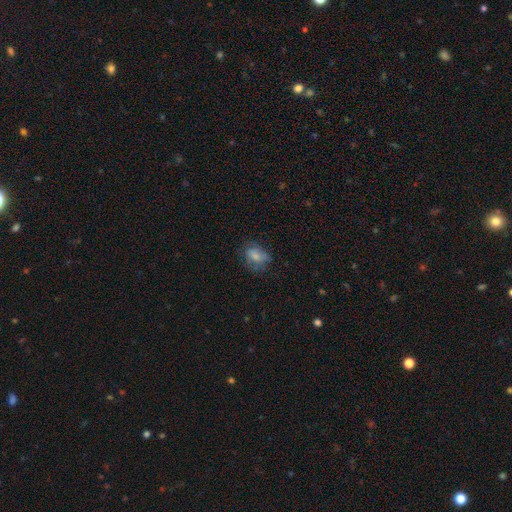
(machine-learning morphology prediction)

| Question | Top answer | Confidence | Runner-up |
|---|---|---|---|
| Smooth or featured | smooth | 71% | featured or disk (19%) |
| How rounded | in between | 65% | round (33%) |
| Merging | none | 59% | minor disturbance (26%) |